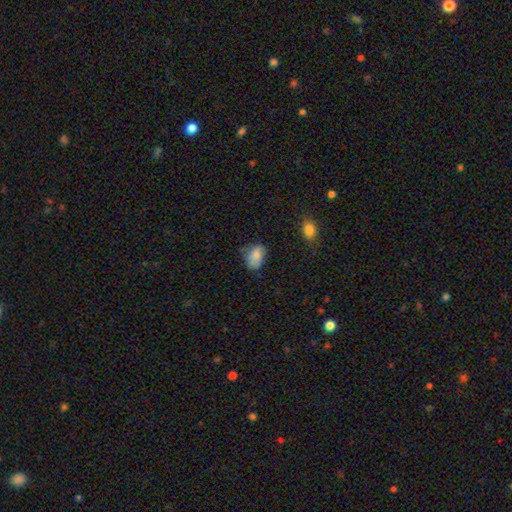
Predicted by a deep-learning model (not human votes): A smooth galaxy with no disk features (82%) that is in between round and cigar-shaped (81%). Merging: none (52%).